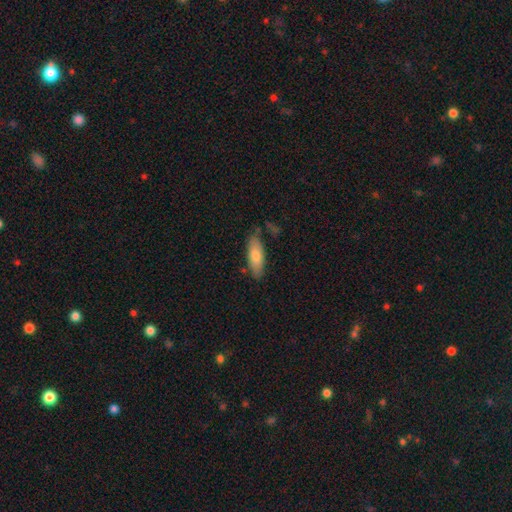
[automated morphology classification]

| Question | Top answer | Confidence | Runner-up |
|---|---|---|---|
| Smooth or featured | smooth | 75% | featured or disk (19%) |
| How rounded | in between | 68% | cigar-shaped (30%) |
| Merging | none | 71% | minor disturbance (19%) |